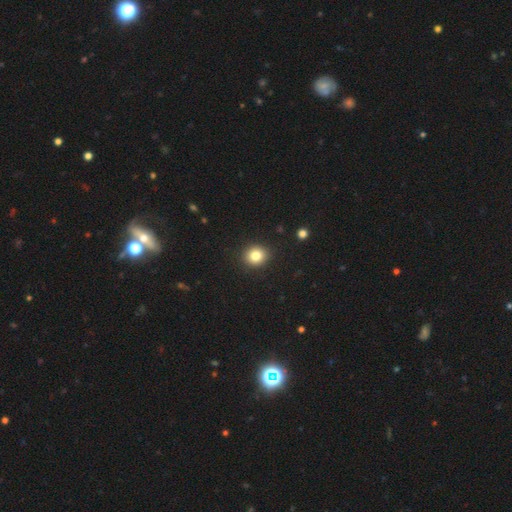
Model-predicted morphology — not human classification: A smooth galaxy with no disk features (82%) that is round (80%). Merging: none (91%).